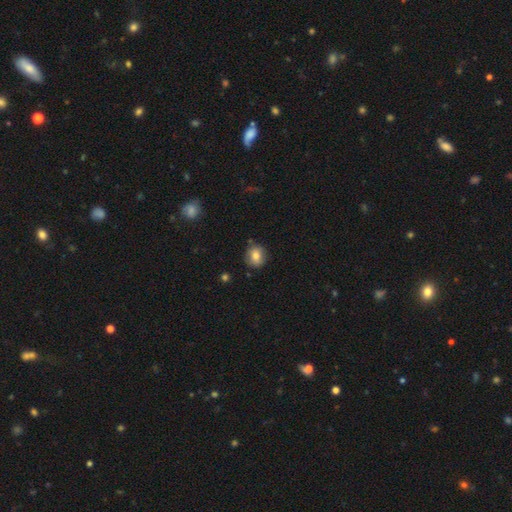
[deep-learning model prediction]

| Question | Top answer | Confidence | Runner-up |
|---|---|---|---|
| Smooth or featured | smooth | 78% | featured or disk (12%) |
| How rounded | round | 82% | in between (17%) |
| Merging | none | 83% | minor disturbance (12%) |